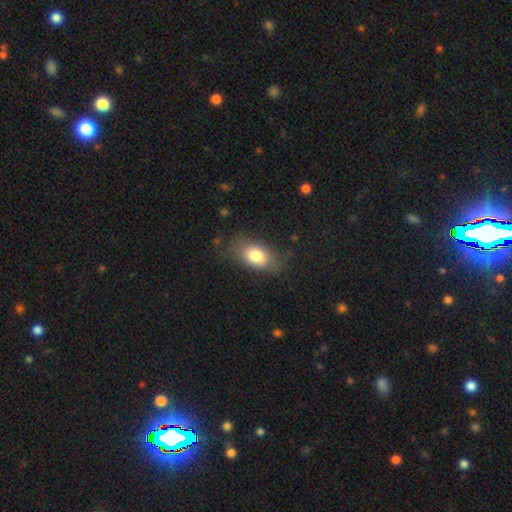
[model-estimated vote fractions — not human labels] Smooth or featured: smooth — 77% (featured or disk — 14%)
How rounded: in between — 84% (round — 13%)
Merging: none — 66% (minor disturbance — 23%)